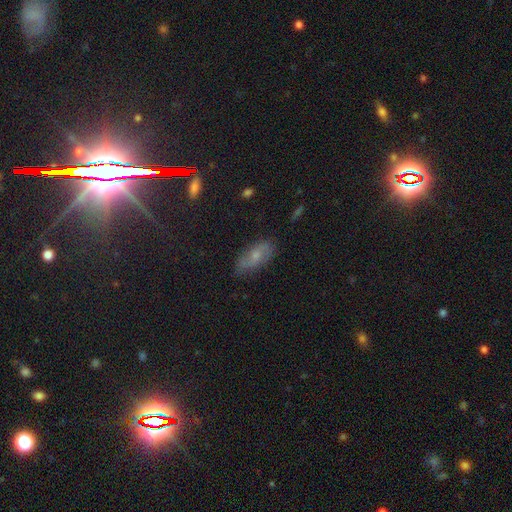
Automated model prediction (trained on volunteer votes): Smooth or featured?
  - smooth: 47% *
  - featured or disk: 41%
  - star or artifact: 13%
Merging?
  - none: 75% *
  - minor disturbance: 19%
  - major disturbance: 5%
  - merger: 2%